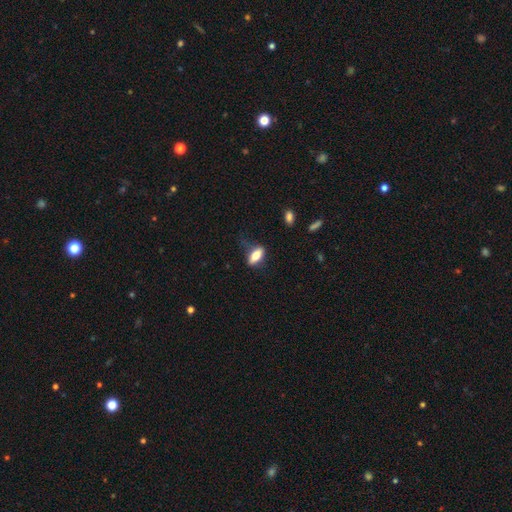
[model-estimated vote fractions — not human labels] Overall: smooth (72%). How rounded: in between (79%). Merging: none (66%).